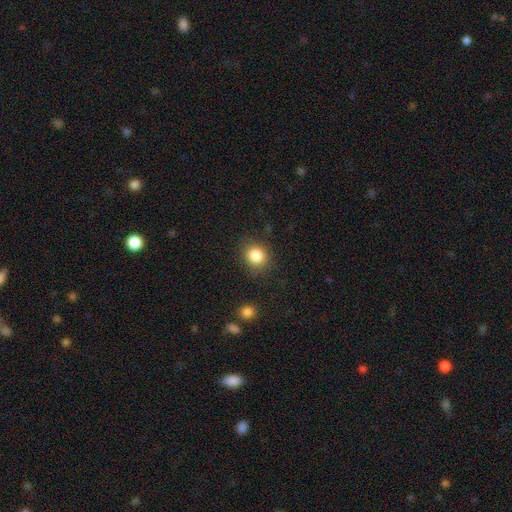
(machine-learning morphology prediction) smooth 84%, star or artifact 10%, featured or disk 5%. Down the decision tree: how rounded — round (79%); merging — none (84%).